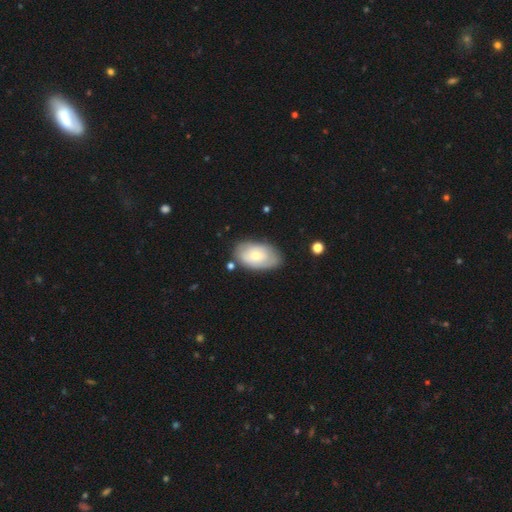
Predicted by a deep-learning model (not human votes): Morphology: type=smooth (54%); roundness=in between (92%); merging=none (73%).